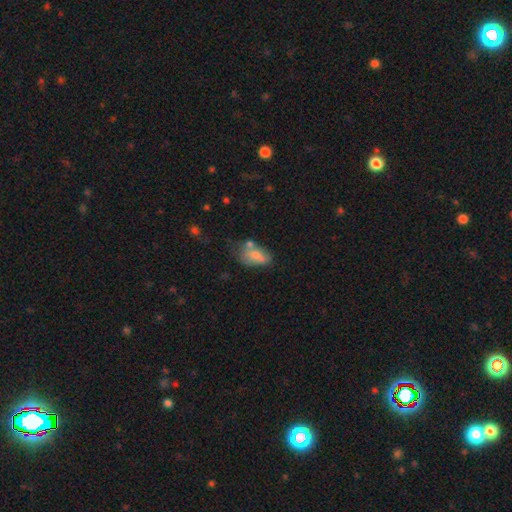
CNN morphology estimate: Smooth or featured? Predicted: smooth (p=0.73). How rounded? Predicted: in between (p=0.89). Merging? Predicted: none (p=0.35).